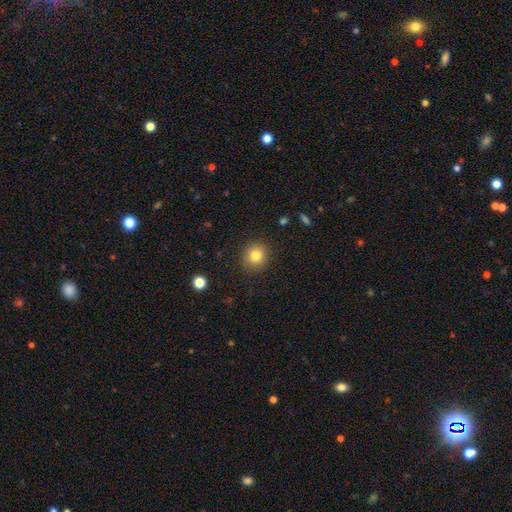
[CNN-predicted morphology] Smooth or featured?
  - smooth: 81% *
  - star or artifact: 11%
  - featured or disk: 7%
How rounded?
  - round: 89% *
  - in between: 10%
  - cigar-shaped: 1%
Merging?
  - none: 90% *
  - minor disturbance: 7%
  - major disturbance: 2%
  - merger: 1%